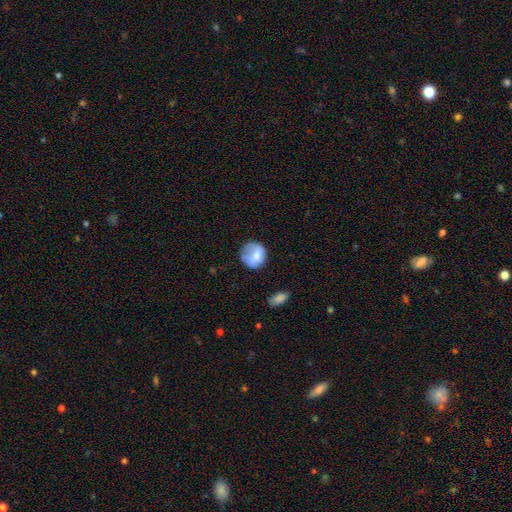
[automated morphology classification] Overall: smooth (70%). How rounded: round (78%). Merging: none (54%; minor disturbance 28%).